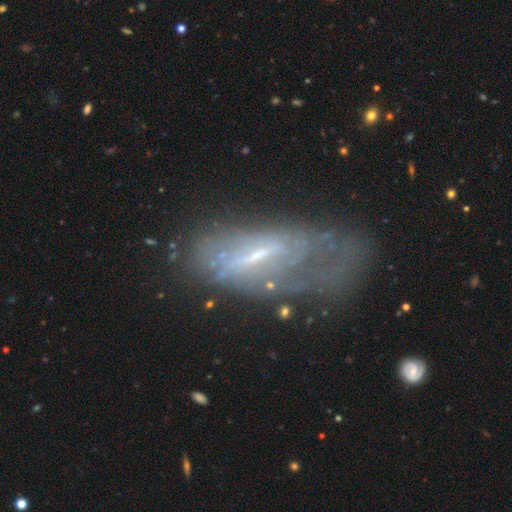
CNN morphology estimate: The model was most divided on "bar": strong: 41%, weak: 36%, no: 23%. Remaining: edge-on disk — no (78%); smooth or featured — featured or disk (67%); bulge size — small (56%); spiral arms — no (54%); merging — none (42%).